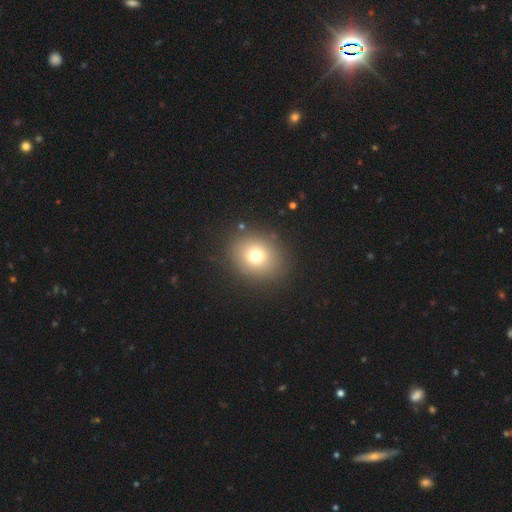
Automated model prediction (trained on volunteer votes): smooth-or-featured: smooth: 73% | star or artifact: 15% | featured or disk: 12%
  how-rounded: round: 69% | in between: 30% | cigar-shaped: 1%
  merging: none: 86% | minor disturbance: 8% | major disturbance: 4% | merger: 2%